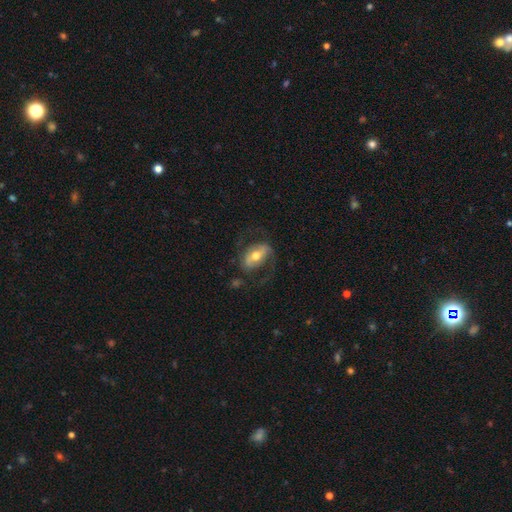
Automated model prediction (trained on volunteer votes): smooth-or-featured: featured or disk: 64% | smooth: 29% | star or artifact: 7%
  disk-edge-on: no: 90% | yes: 10%
    bar: strong: 47% | weak: 29% | no: 24%
    has-spiral-arms: yes: 70% | no: 30%
    bulge-size: moderate: 70% | small: 17% | large: 10% | dominant: 1% | none: 1%
  merging: none: 63% | major disturbance: 18% | minor disturbance: 17% | merger: 2%